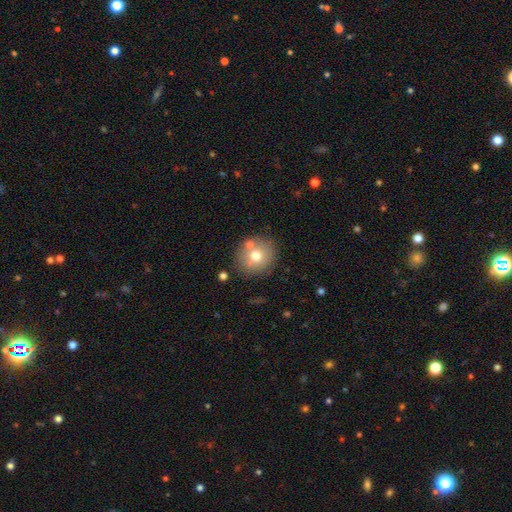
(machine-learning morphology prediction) The model was most divided on "smooth or featured": smooth: 70%, featured or disk: 20%, star or artifact: 10%. More confident: how rounded — round (83%); merging — none (74%).